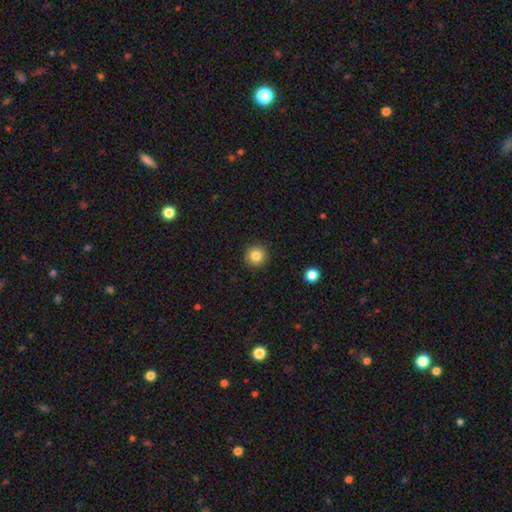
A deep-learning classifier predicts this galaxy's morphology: This is clearly a smooth galaxy (83%). How rounded: clearly round (94%). Merging: clearly none (92%).